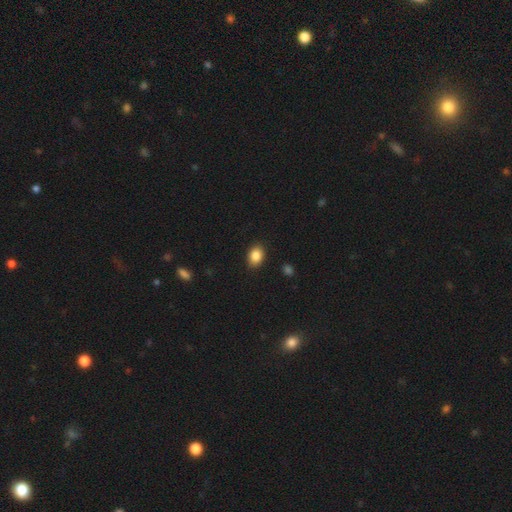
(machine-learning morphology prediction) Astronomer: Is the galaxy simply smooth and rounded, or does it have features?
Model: smooth — 87%.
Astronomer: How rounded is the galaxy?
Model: in between — 72%.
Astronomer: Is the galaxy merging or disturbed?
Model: none — 88%.